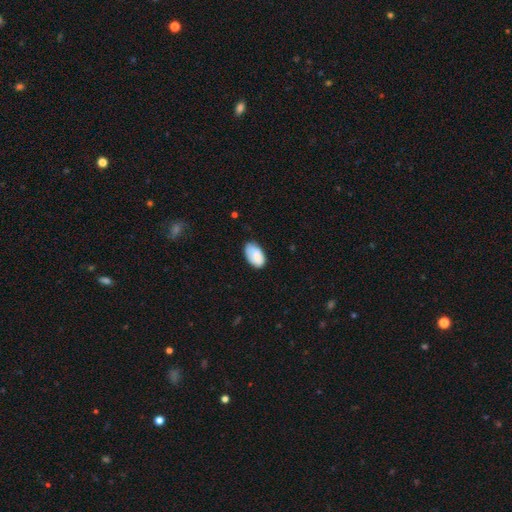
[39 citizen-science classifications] Morphology: type=smooth (85%); roundness=in between (97%); merging=none (73%).